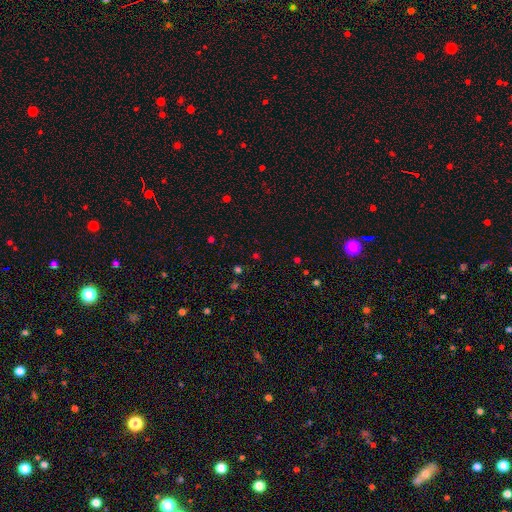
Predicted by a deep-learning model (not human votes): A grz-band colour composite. It shows a star or artifact, not a galaxy (58%).